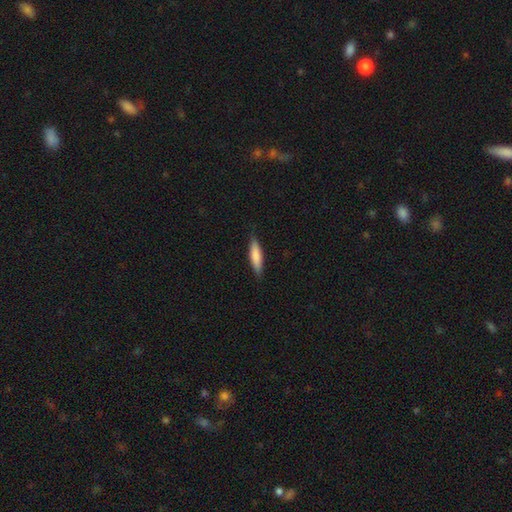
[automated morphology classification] Smooth or featured? smooth (80%)
How rounded? cigar-shaped (75%)
Merging? none (87%)